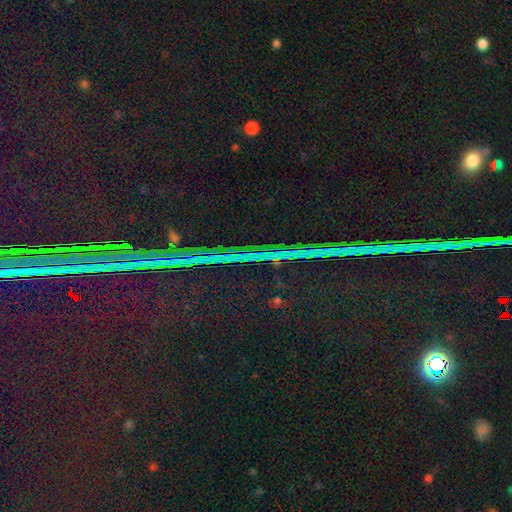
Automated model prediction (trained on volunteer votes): smooth-or-featured: star or artifact: 88% | featured or disk: 7% | smooth: 5%